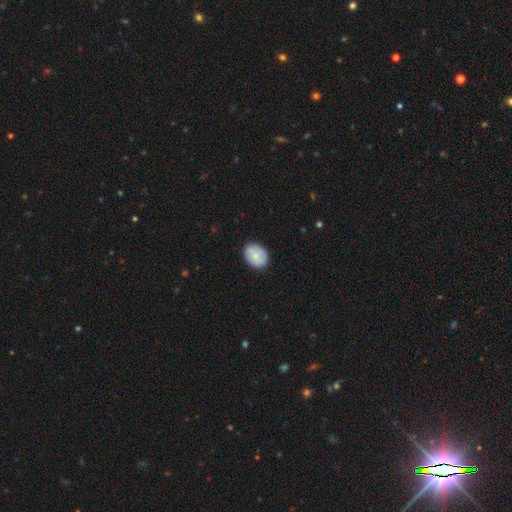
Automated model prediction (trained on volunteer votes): Smooth or featured? Predicted: smooth (p=0.74). How rounded? Predicted: in between (p=0.57). Merging? Predicted: none (p=0.85).